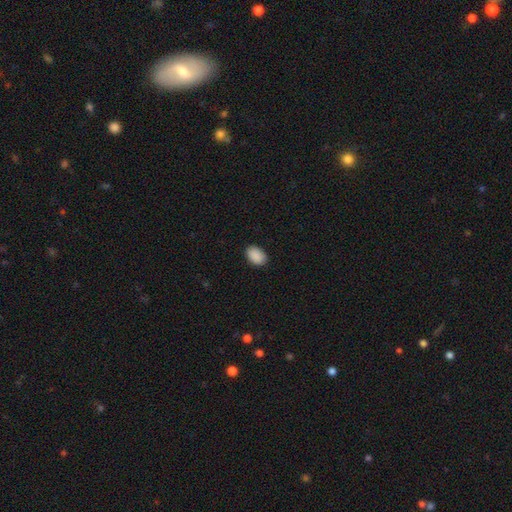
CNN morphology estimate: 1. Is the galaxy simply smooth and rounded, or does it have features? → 91% smooth, 7% star or artifact, 3% featured or disk.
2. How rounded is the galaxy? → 89% in between, 10% round, 1% cigar-shaped.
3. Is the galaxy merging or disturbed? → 88% none, 9% minor disturbance, 2% major disturbance, 1% merger.